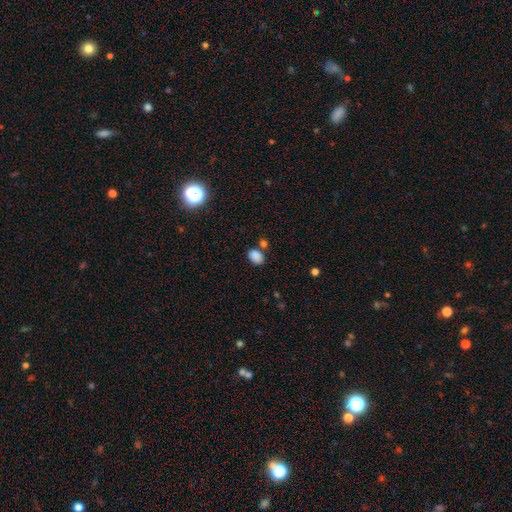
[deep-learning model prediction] smooth-or-featured: smooth: 84% | star or artifact: 12% | featured or disk: 4%
  how-rounded: in between: 76% | round: 23% | cigar-shaped: 1%
  merging: none: 70% | minor disturbance: 13% | merger: 13% | major disturbance: 4%